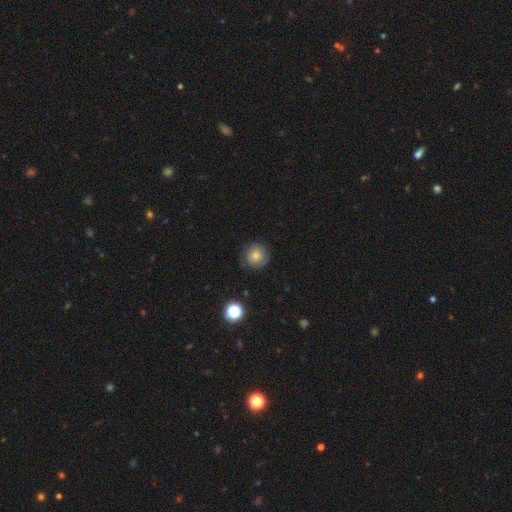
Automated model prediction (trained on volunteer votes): smooth-or-featured: smooth: 69% | featured or disk: 19% | star or artifact: 12%
  how-rounded: round: 93% | in between: 6% | cigar-shaped: 1%
  merging: none: 81% | minor disturbance: 14% | major disturbance: 4% | merger: 1%